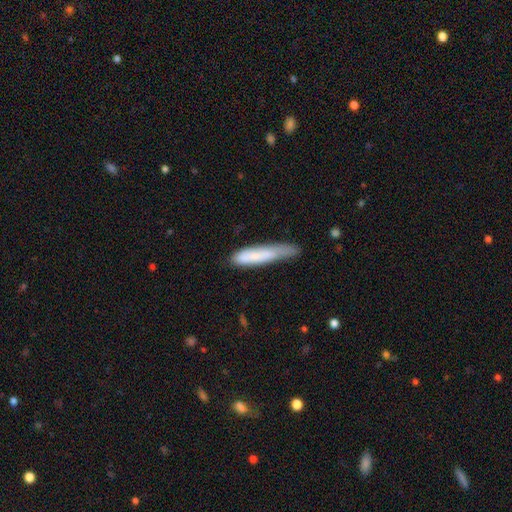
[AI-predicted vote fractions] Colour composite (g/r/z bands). It shows a smooth galaxy with no disk features (73%) that is cigar-shaped (89%). Merging: none (50%).